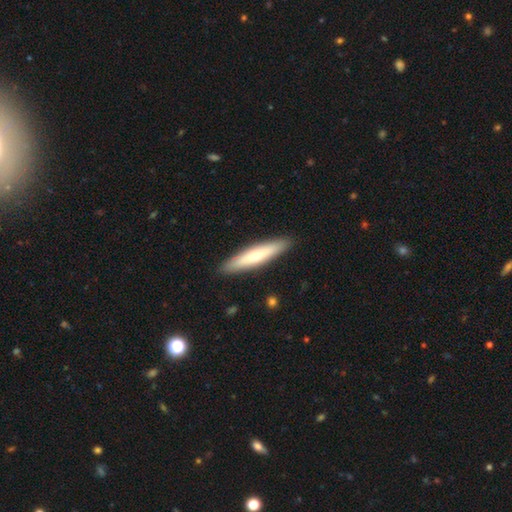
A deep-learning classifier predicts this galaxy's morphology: Q: Smooth or featured?
A: smooth (57%); runner-up: featured or disk (38%)
Q: How rounded?
A: cigar-shaped (85%); runner-up: in between (13%)
Q: Merging?
A: none (90%); runner-up: minor disturbance (7%)